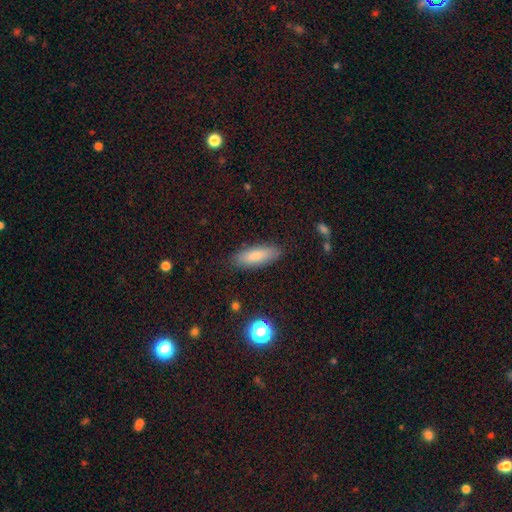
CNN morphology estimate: This is clearly a smooth galaxy (82%). How rounded: possibly in between (58%). Merging: clearly none (86%).